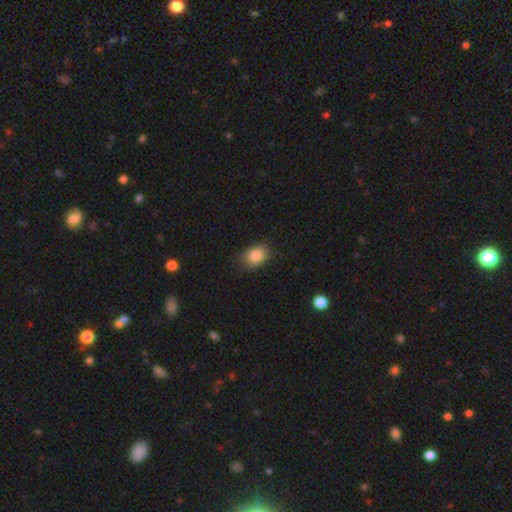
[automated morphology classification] Smooth or featured: smooth — 86% (star or artifact — 9%)
How rounded: in between — 64% (round — 35%)
Merging: none — 79% (minor disturbance — 17%)